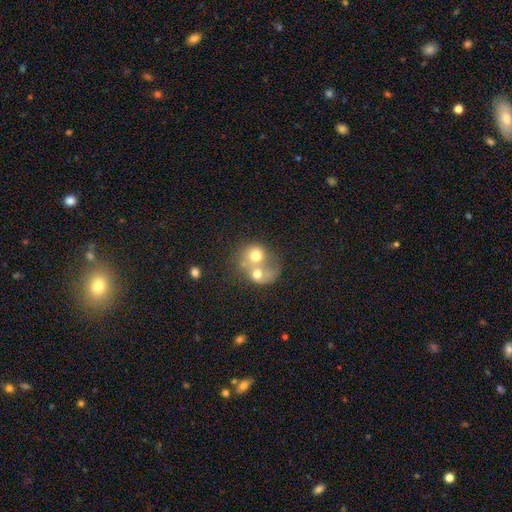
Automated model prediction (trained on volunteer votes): Smooth or featured?
  - smooth: 62% *
  - featured or disk: 28%
  - star or artifact: 10%
How rounded?
  - round: 65% *
  - in between: 34%
  - cigar-shaped: 1%
Merging?
  - merger: 75% *
  - none: 14%
  - major disturbance: 6%
  - minor disturbance: 5%